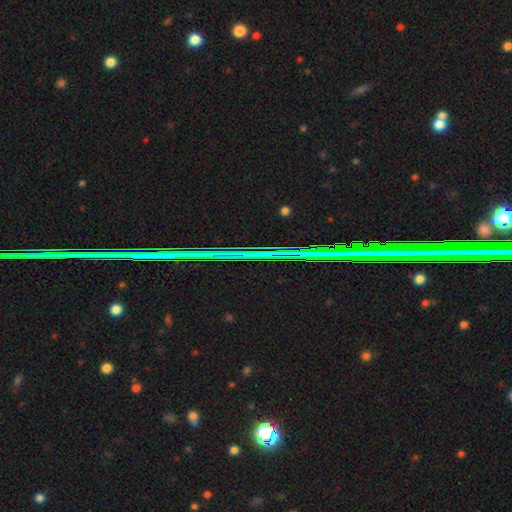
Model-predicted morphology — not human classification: Smooth or featured?
  - star or artifact: 81% *
  - featured or disk: 10%
  - smooth: 9%